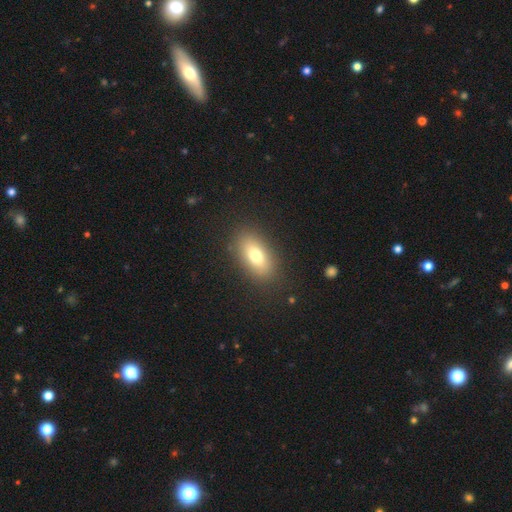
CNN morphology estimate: type=smooth (76%); roundness=in between (87%); merging=none (86%).